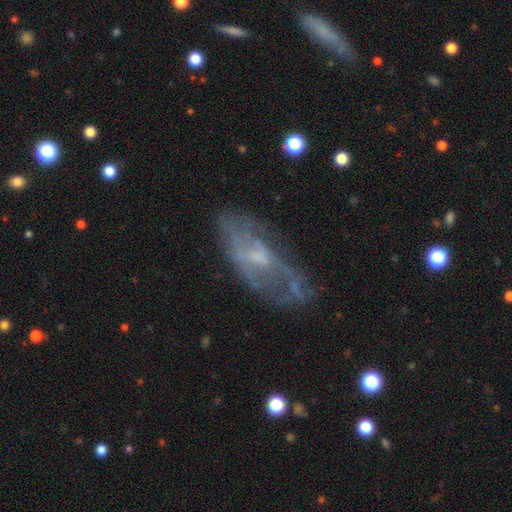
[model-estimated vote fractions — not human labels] A featured or disk galaxy (68%) with no bar (59%), no spiral arms (51%) and a small central bulge (44%).

Vote fractions:
- Smooth or featured? featured or disk: 68% / smooth: 22% / star or artifact: 9%
- Edge-on disk? no: 88% / yes: 12%
- Bar? no: 59% / weak: 34% / strong: 7%
- Spiral arms? no: 51% / yes: 49%
- Bulge size? small: 44% / moderate: 30% / none: 21% / large: 3% / dominant: 1%
- Merging? none: 55% / minor disturbance: 23% / major disturbance: 19% / merger: 3%